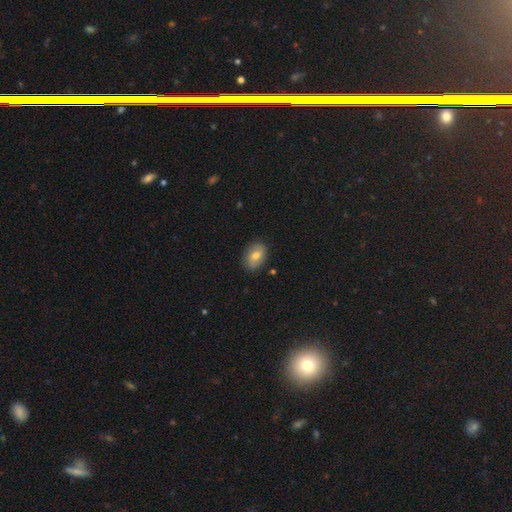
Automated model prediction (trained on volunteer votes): smooth_or_featured: smooth (p=0.71) [alt: featured or disk p=0.21]
how_rounded: in between (p=0.81) [alt: round p=0.17]
merging: none (p=0.85) [alt: minor disturbance p=0.11]